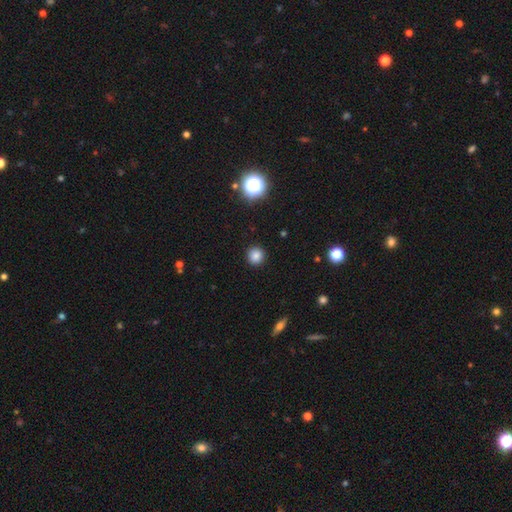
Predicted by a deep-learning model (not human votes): Smooth or featured?
  - smooth: 82% *
  - star or artifact: 13%
  - featured or disk: 5%
How rounded?
  - round: 93% *
  - in between: 6%
  - cigar-shaped: 1%
Merging?
  - none: 92% *
  - minor disturbance: 5%
  - major disturbance: 2%
  - merger: 1%